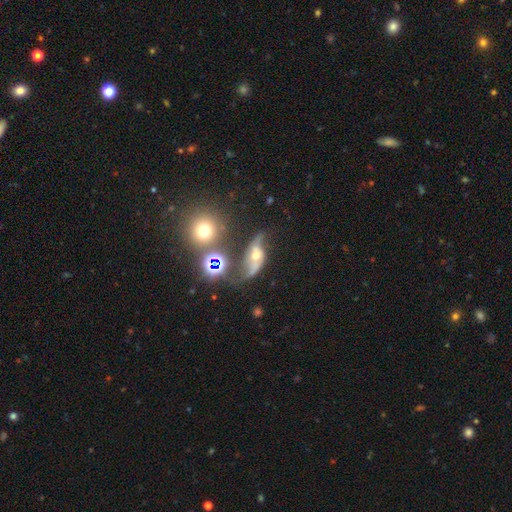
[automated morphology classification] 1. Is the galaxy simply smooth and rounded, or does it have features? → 74% featured or disk, 13% smooth, 13% star or artifact.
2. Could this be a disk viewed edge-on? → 93% no, 7% yes.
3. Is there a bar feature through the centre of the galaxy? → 56% no, 31% weak, 13% strong.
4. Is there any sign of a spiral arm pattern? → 90% yes, 10% no.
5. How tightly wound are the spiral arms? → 82% loose, 14% medium, 4% tight.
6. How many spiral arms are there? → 89% 2, 4% 1, 3% can't tell, 1% 3, 1% 4, 1% more than 4.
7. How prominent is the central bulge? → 60% moderate, 27% small, 8% large, 3% none, 2% dominant.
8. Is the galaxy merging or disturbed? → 47% none, 22% major disturbance, 21% minor disturbance, 11% merger.